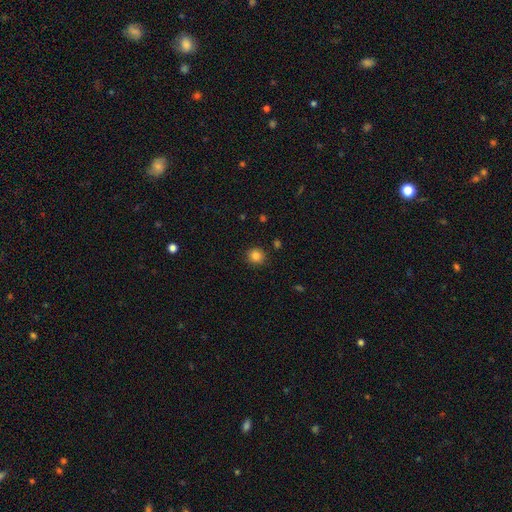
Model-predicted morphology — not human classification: This is clearly a smooth galaxy (85%). How rounded: clearly round (89%). Merging: clearly none (88%).